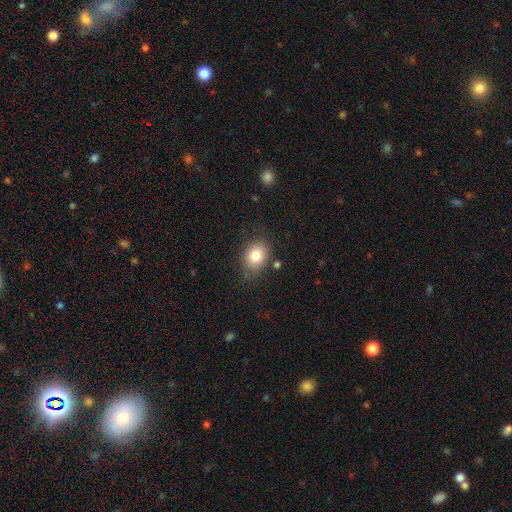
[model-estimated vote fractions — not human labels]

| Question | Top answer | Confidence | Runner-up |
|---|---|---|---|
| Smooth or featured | smooth | 81% | star or artifact (9%) |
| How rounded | in between | 56% | round (43%) |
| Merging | none | 79% | minor disturbance (14%) |